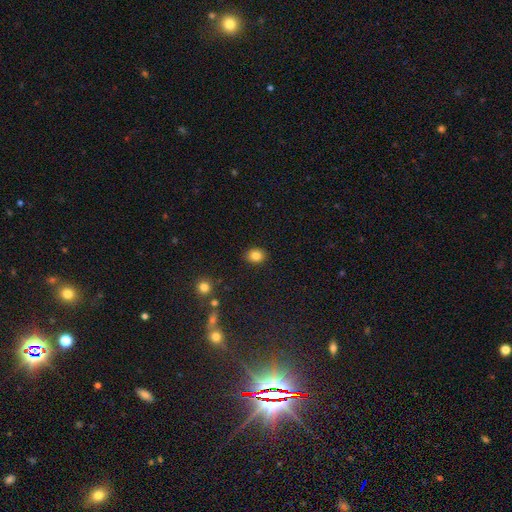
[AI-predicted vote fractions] smooth_or_featured: smooth (p=0.82) [alt: star or artifact p=0.10]
how_rounded: round (p=0.52) [alt: in between p=0.47]
merging: none (p=0.89) [alt: minor disturbance p=0.08]